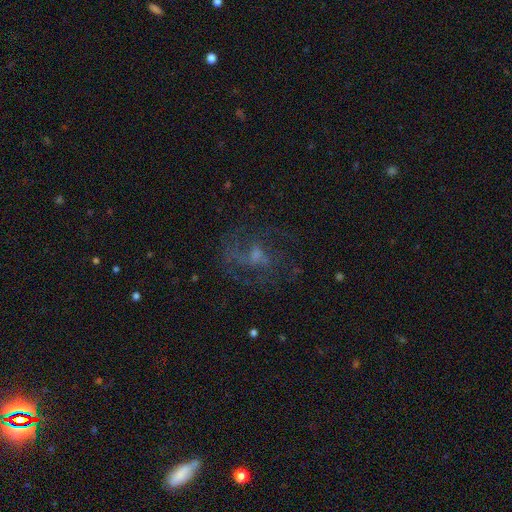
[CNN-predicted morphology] type=featured or disk (65%); edge-on=no (97%); bar=no (50%); spiral arms=yes (75%); bulge=small (42%); merging=none (58%).